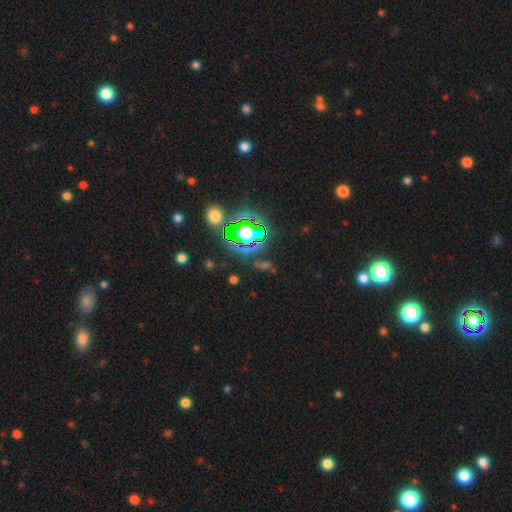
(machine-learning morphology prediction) Smooth or featured? Predicted: star or artifact (p=0.82).